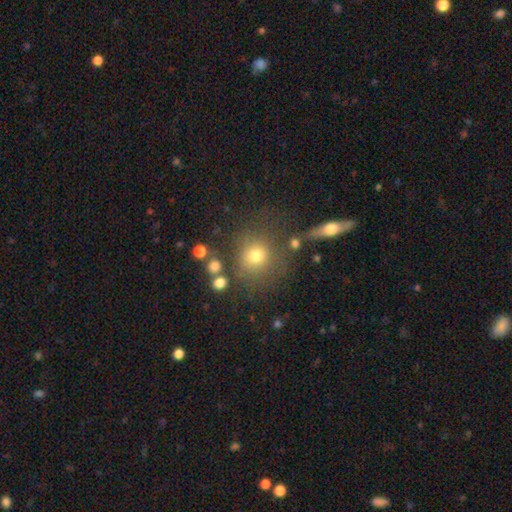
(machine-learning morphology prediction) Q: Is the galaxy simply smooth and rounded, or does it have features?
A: smooth — 72%.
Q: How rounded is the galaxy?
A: round — 86%.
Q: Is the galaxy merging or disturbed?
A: none — 71%.